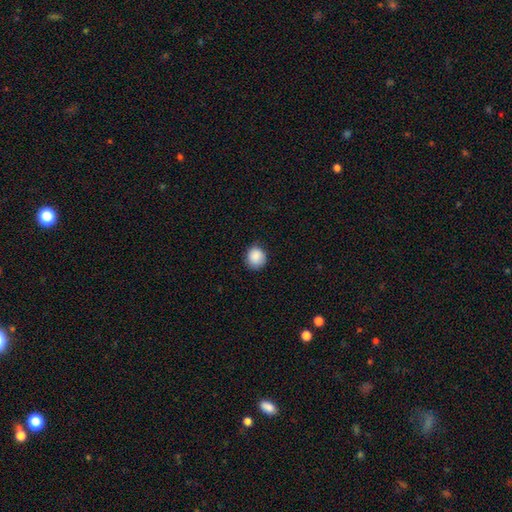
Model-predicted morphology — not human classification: Smooth or featured: smooth — 89% (star or artifact — 8%)
How rounded: round — 85% (in between — 14%)
Merging: none — 83% (minor disturbance — 13%)